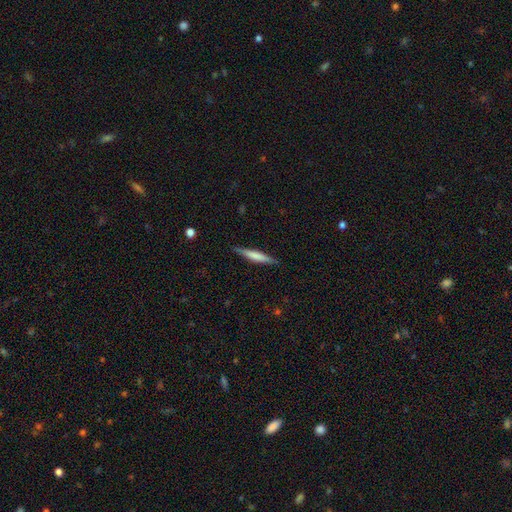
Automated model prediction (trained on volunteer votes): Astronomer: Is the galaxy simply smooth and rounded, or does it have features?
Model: smooth — 57% (runner-up: featured or disk, 38%).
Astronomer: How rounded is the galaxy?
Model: cigar-shaped — 93%.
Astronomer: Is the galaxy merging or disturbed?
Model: none — 89%.